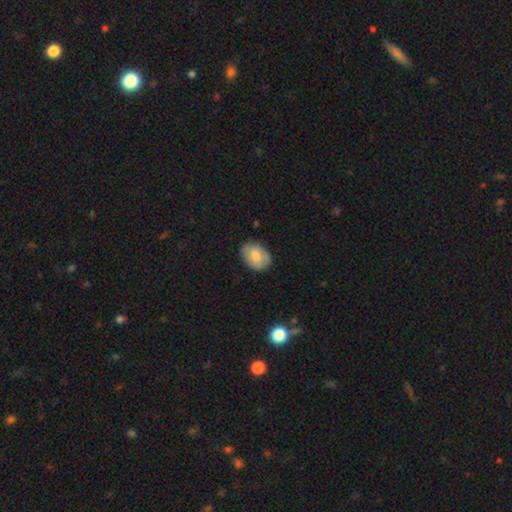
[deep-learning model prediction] A smooth galaxy with no disk features (69%) that is in between round and cigar-shaped (77%).

Vote fractions:
- Smooth or featured? smooth: 69% / featured or disk: 24% / star or artifact: 7%
- How rounded? in between: 77% / round: 22% / cigar-shaped: 1%
- Merging? none: 83% / minor disturbance: 13% / major disturbance: 3% / merger: 1%